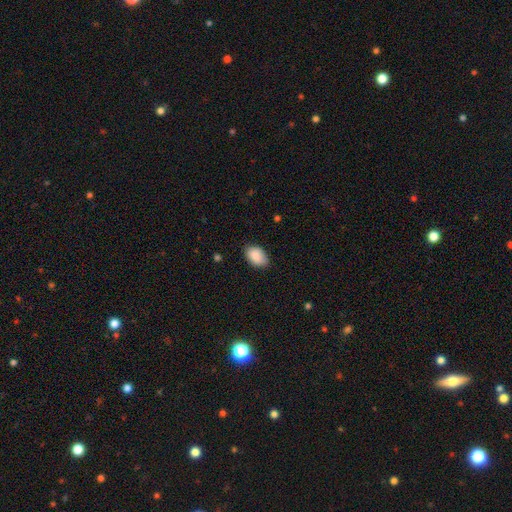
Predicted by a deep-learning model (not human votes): Overall: smooth (89%). How rounded: in between (90%). Merging: none (81%).